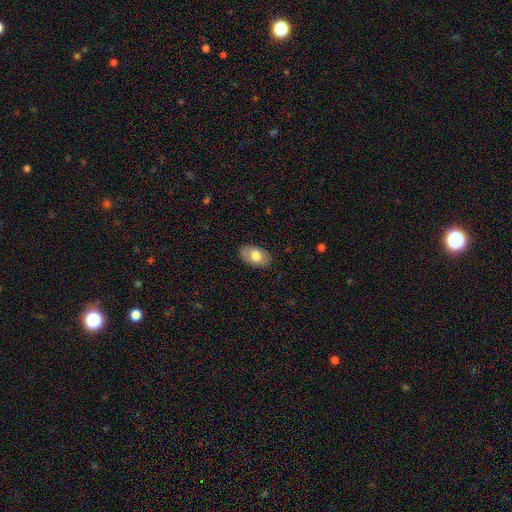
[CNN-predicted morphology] Q: Smooth or featured?
A: smooth (74%); runner-up: featured or disk (20%)
Q: How rounded?
A: in between (92%); runner-up: round (7%)
Q: Merging?
A: none (84%); runner-up: minor disturbance (12%)